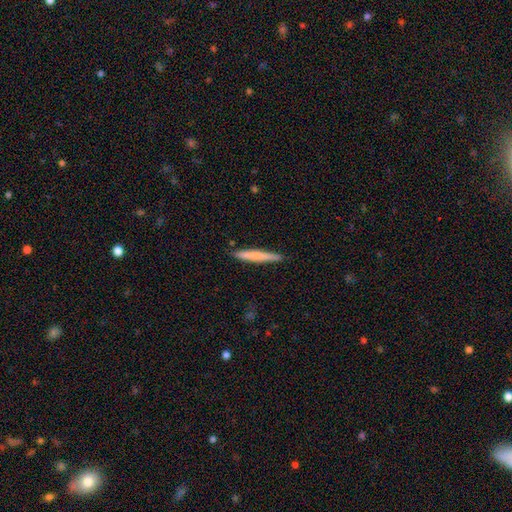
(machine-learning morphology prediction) This appears to be a smooth galaxy with no disk features (68%) that is cigar-shaped (96%). Merging: none (89%).